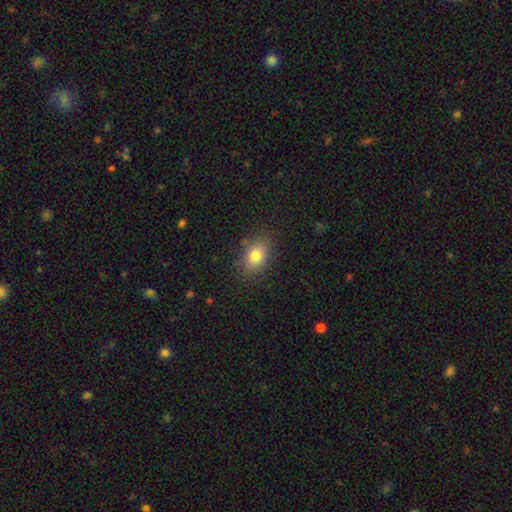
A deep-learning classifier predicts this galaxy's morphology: The model was most divided on "how rounded": in between: 71%, round: 27%, cigar-shaped: 1%. More confident: merging — none (82%); smooth or featured — smooth (80%).